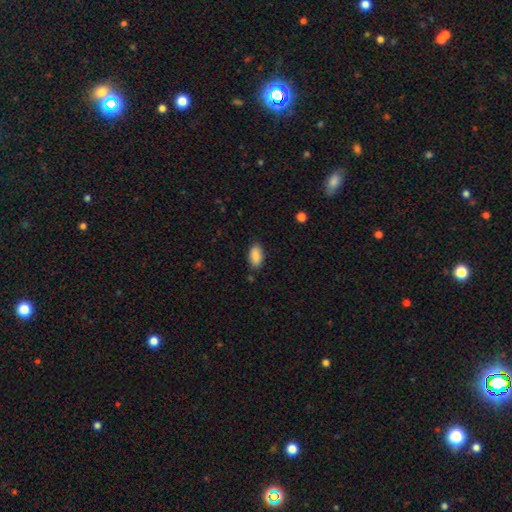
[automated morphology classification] Smooth or featured? smooth (90%)
How rounded? in between (93%)
Merging? none (84%)